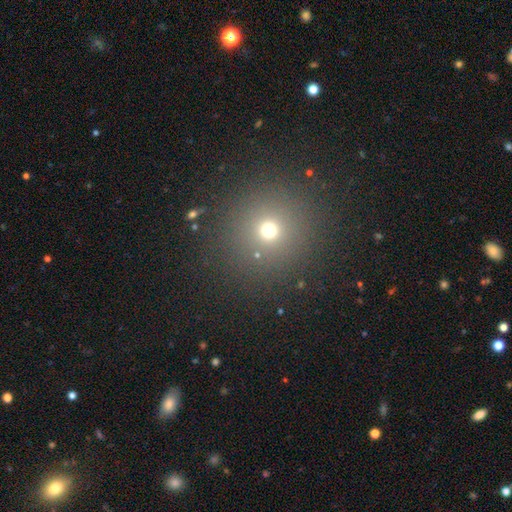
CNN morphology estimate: A smooth galaxy with no disk features (59%) that is round (94%). Merging: none (91%).